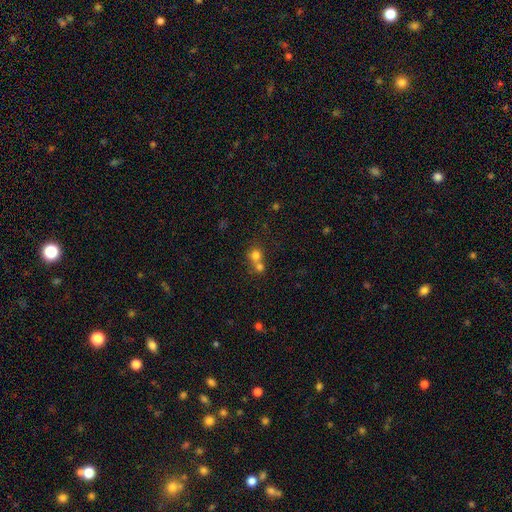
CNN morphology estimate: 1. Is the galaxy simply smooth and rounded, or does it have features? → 76% smooth, 13% star or artifact, 11% featured or disk.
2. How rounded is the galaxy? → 83% round, 16% in between, 1% cigar-shaped.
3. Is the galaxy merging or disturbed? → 57% merger, 35% none, 5% minor disturbance, 3% major disturbance.